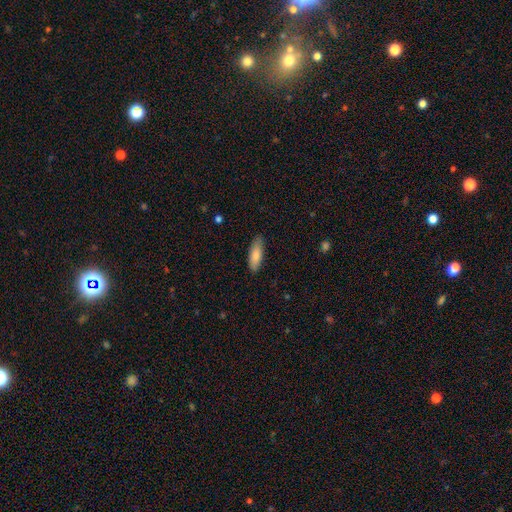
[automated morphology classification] Smooth or featured?
  - smooth: 83% *
  - featured or disk: 12%
  - star or artifact: 6%
How rounded?
  - in between: 57% *
  - cigar-shaped: 42%
  - round: 2%
Merging?
  - none: 82% *
  - minor disturbance: 15%
  - major disturbance: 2%
  - merger: 1%